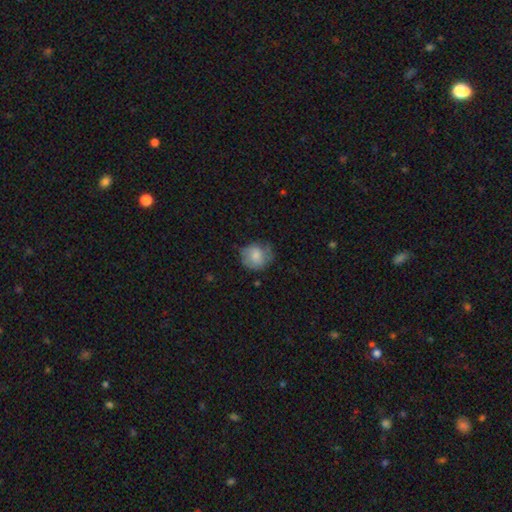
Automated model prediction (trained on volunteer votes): A smooth galaxy with no disk features (73%) that is round (81%). Merging: none (61%).